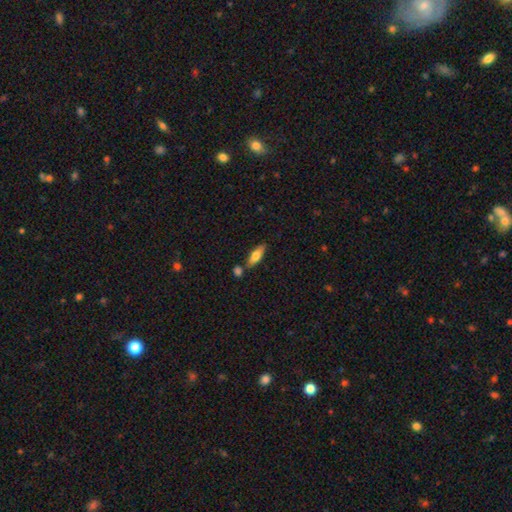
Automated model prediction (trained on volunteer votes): Smooth or featured?
  - smooth: 68% *
  - featured or disk: 26%
  - star or artifact: 6%
How rounded?
  - in between: 58% *
  - cigar-shaped: 39%
  - round: 2%
Merging?
  - none: 72% *
  - merger: 13%
  - minor disturbance: 13%
  - major disturbance: 3%